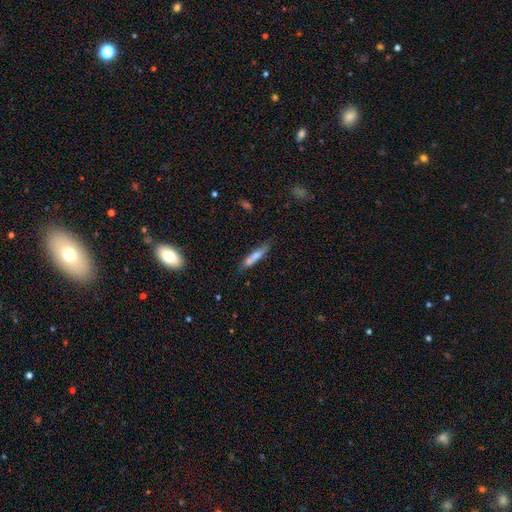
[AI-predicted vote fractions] Overall: smooth (70%). How rounded: cigar-shaped (89%). Merging: none (73%).